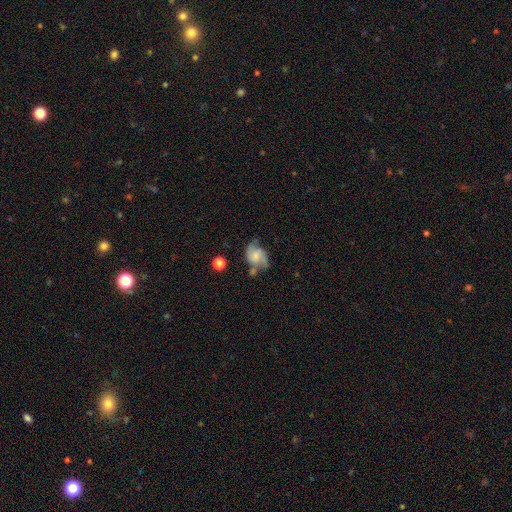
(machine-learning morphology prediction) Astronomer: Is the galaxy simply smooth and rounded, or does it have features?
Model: featured or disk — 57% (runner-up: smooth, 34%).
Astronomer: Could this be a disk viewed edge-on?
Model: no — 97%.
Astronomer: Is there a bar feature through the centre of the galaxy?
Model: no — 64%.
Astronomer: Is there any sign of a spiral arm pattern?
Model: yes — 86%.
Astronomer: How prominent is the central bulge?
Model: small — 40% (runner-up: moderate, 27%).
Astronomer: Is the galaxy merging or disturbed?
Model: none — 46% (runner-up: minor disturbance, 28%).